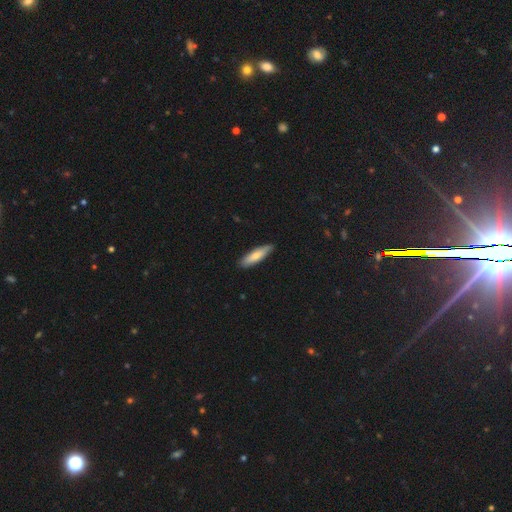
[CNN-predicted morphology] The model was most divided on "how rounded": cigar-shaped: 71%, in between: 28%, round: 2%. More confident: merging — none (88%); smooth or featured — smooth (74%).